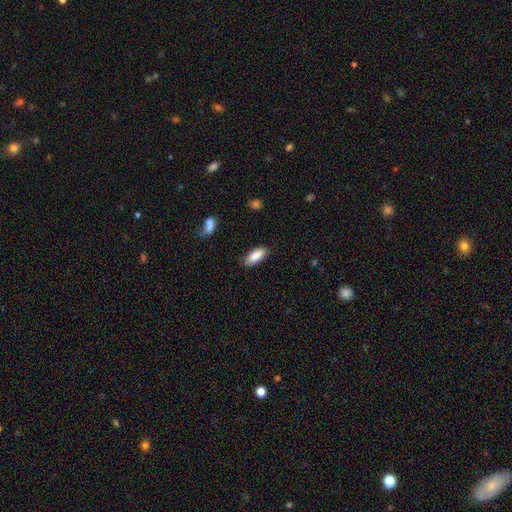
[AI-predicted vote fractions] Smooth or featured?
  - smooth: 88% *
  - star or artifact: 6%
  - featured or disk: 6%
How rounded?
  - in between: 80% *
  - cigar-shaped: 18%
  - round: 2%
Merging?
  - none: 82% *
  - minor disturbance: 14%
  - major disturbance: 3%
  - merger: 2%